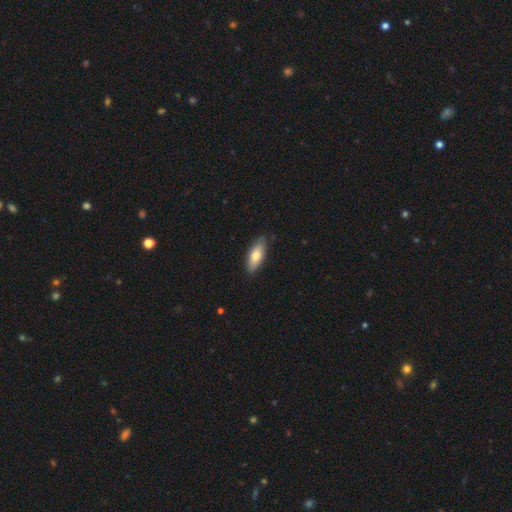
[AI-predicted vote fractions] Morphology: type=smooth (77%); roundness=in between (77%); merging=none (84%).